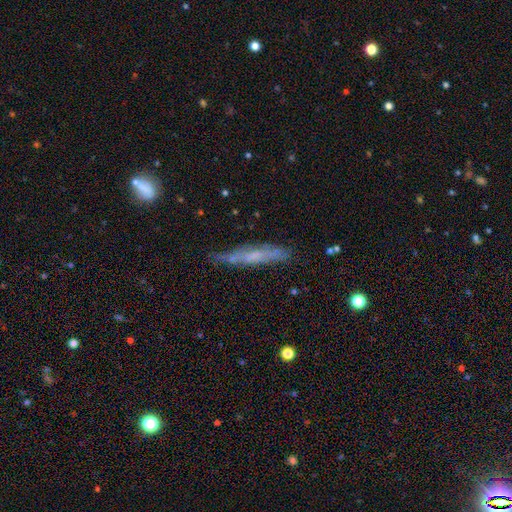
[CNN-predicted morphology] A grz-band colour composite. It shows a featured or disk galaxy (50%). Merging: none (65%).